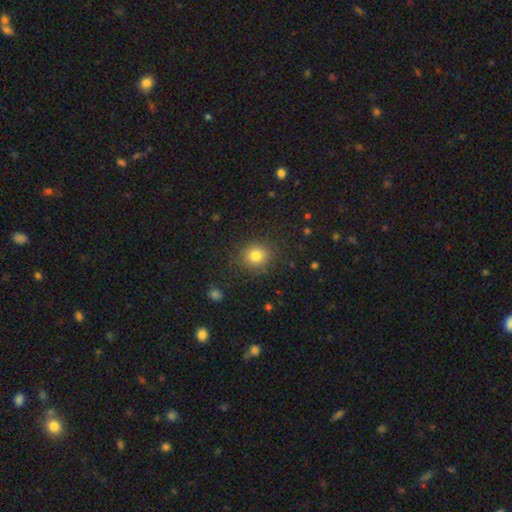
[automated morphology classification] This appears to be a smooth galaxy with no disk features (80%) that is round (84%). Merging: none (87%).